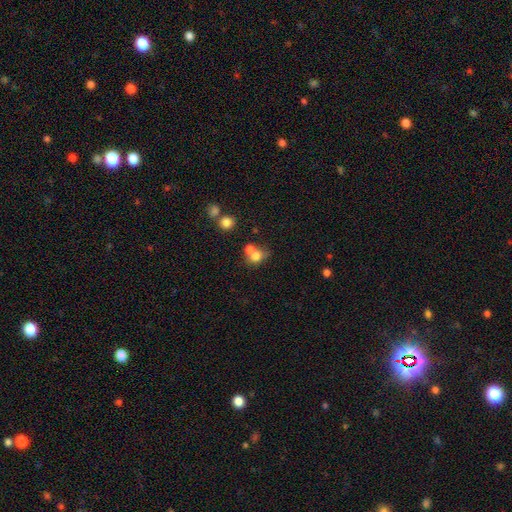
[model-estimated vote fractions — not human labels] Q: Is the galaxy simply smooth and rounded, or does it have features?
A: smooth — 71%.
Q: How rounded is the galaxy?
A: round — 70%.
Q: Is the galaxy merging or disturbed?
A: merger — 53%.